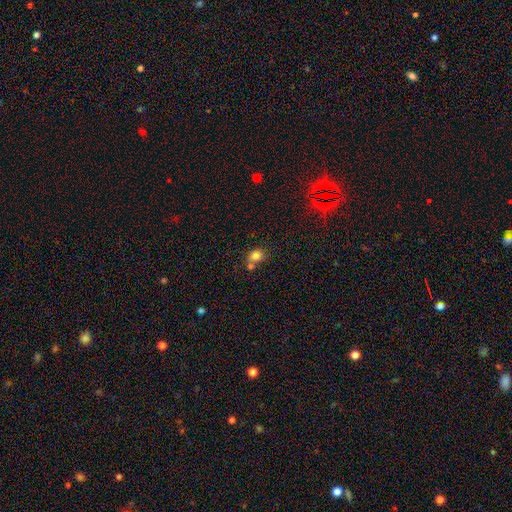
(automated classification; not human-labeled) The model was most divided on "merging": none: 46%, merger: 37%, minor disturbance: 12%, major disturbance: 5%. More confident: smooth or featured — smooth (80%); how rounded — round (65%).